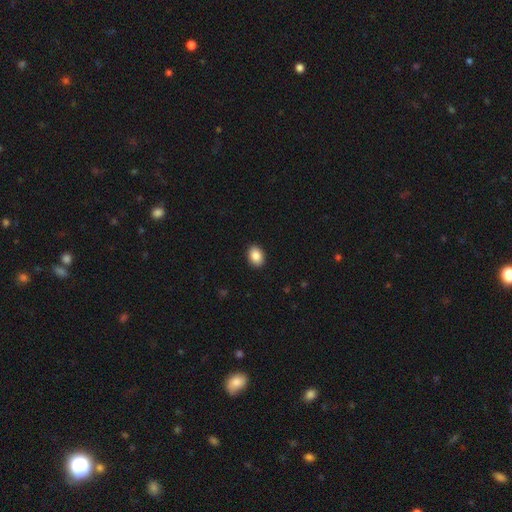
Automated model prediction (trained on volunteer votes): The model was most divided on "how rounded": in between: 76%, round: 23%, cigar-shaped: 1%. More confident: merging — none (91%); smooth or featured — smooth (88%).